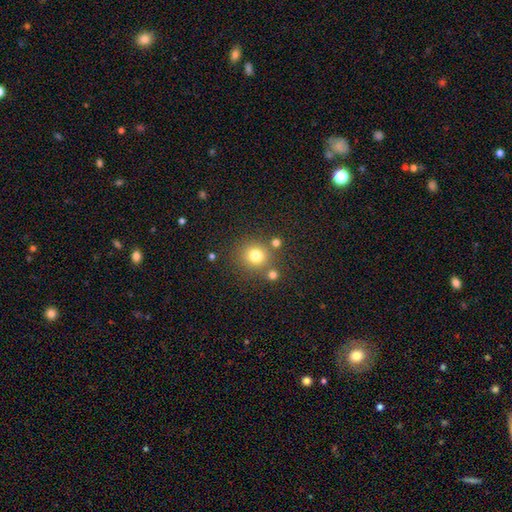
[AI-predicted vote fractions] Overall: smooth (77%). How rounded: round (91%). Merging: none (76%).